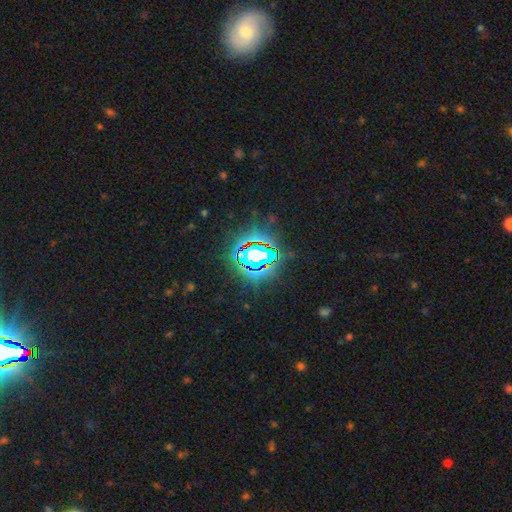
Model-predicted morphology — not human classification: Overall: star or artifact (77%).